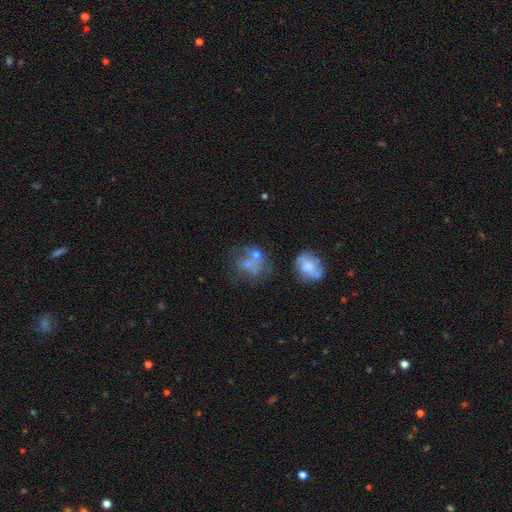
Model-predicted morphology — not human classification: smooth_or_featured: smooth (p=0.49) [alt: featured or disk p=0.35]
merging: none (p=0.33) [alt: merger p=0.32]